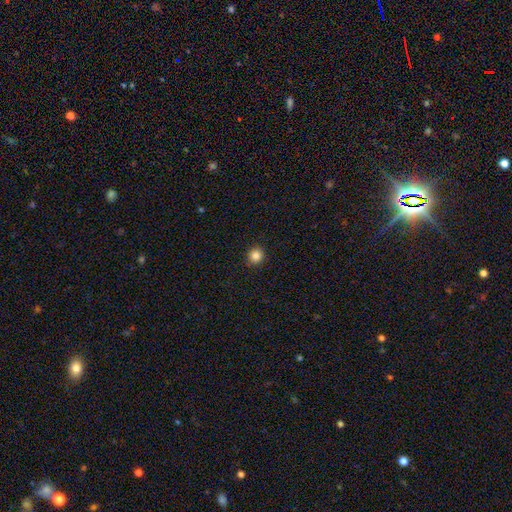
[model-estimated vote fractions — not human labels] A smooth galaxy with no disk features (85%) that is round (92%). Merging: none (92%).